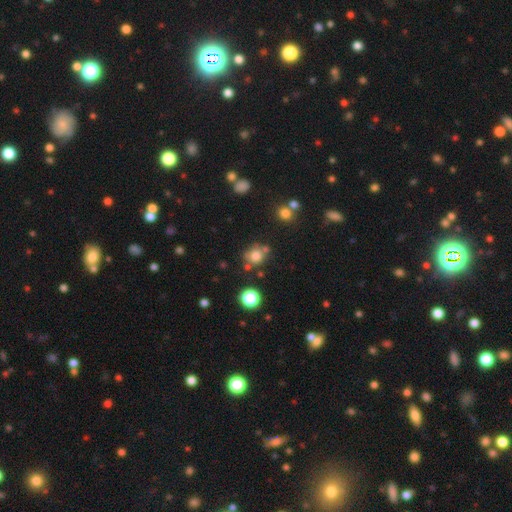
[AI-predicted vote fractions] A smooth galaxy with no disk features (74%) that is round (83%).

Vote fractions:
- Smooth or featured? smooth: 74% / star or artifact: 16% / featured or disk: 10%
- How rounded? round: 83% / in between: 16% / cigar-shaped: 1%
- Merging? none: 64% / merger: 16% / minor disturbance: 15% / major disturbance: 5%